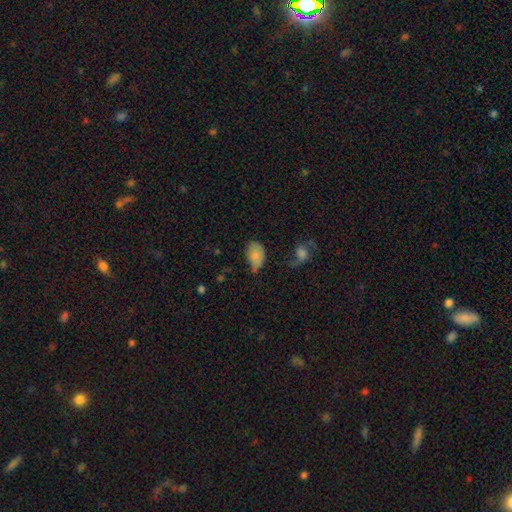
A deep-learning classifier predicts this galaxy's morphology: Smooth or featured?
  - smooth: 74% *
  - featured or disk: 18%
  - star or artifact: 8%
How rounded?
  - in between: 86% *
  - round: 13%
  - cigar-shaped: 1%
Merging?
  - minor disturbance: 39% *
  - none: 37%
  - major disturbance: 18%
  - merger: 6%